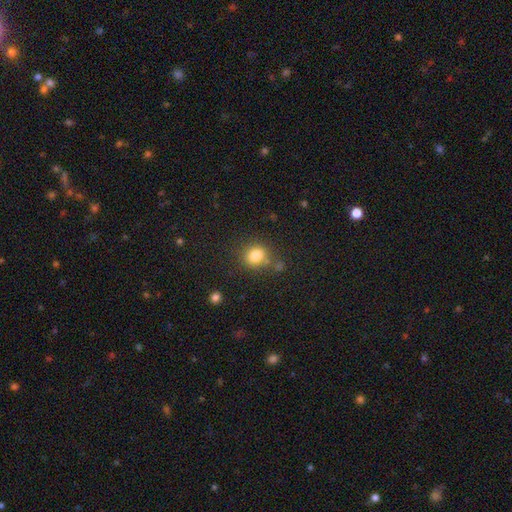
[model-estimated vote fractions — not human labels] Smooth or featured: smooth — 81% (star or artifact — 12%)
How rounded: round — 73% (in between — 26%)
Merging: none — 73% (minor disturbance — 13%)